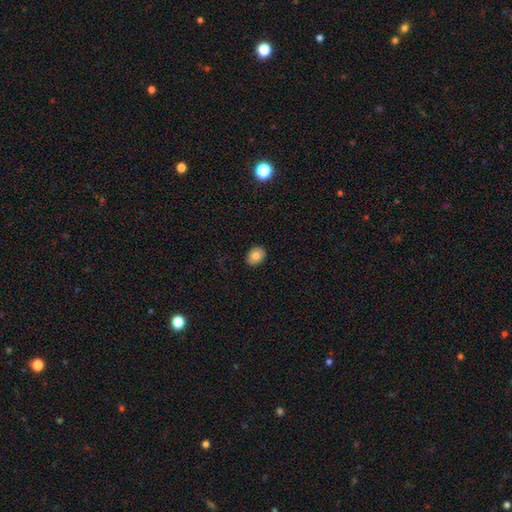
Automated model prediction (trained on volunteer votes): Q: Smooth or featured?
A: smooth (80%); runner-up: featured or disk (12%)
Q: How rounded?
A: in between (64%); runner-up: round (35%)
Q: Merging?
A: none (89%); runner-up: minor disturbance (8%)